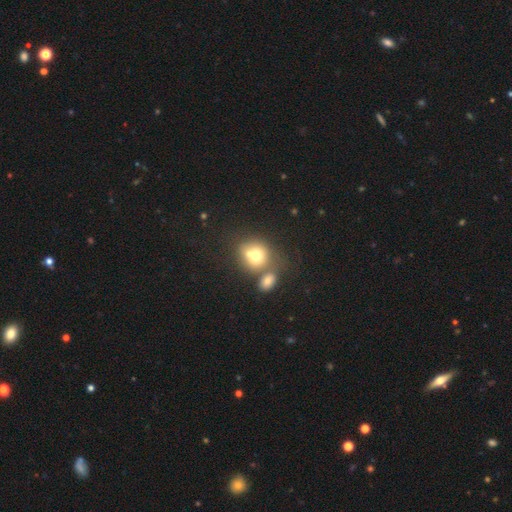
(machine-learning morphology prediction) A smooth galaxy with no disk features (68%) that is round (72%).

Vote fractions:
- Smooth or featured? smooth: 68% / featured or disk: 20% / star or artifact: 12%
- How rounded? round: 72% / in between: 26% / cigar-shaped: 1%
- Merging? merger: 53% / none: 33% / minor disturbance: 9% / major disturbance: 5%